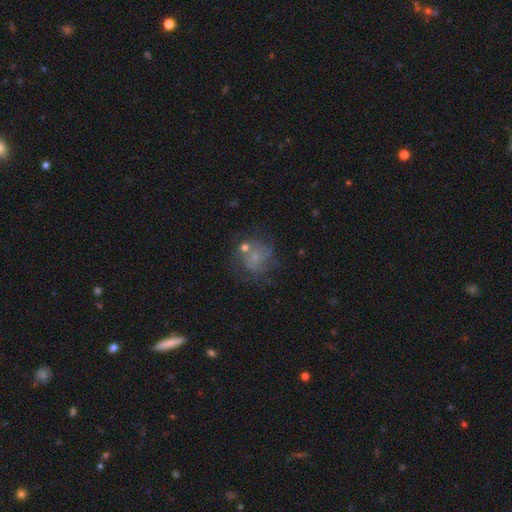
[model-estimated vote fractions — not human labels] A featured or disk galaxy (46%). Merging: none (50%).